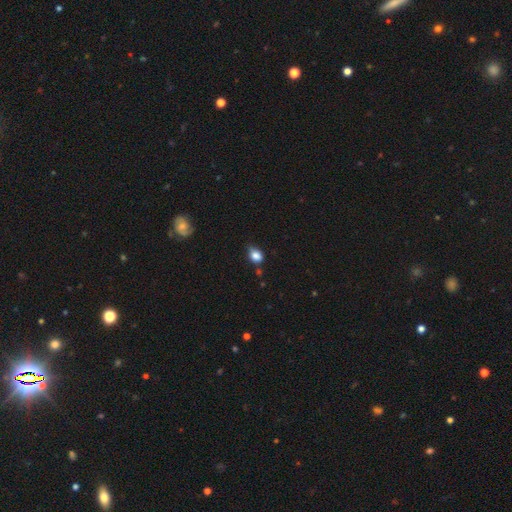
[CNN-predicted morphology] Overall: smooth (82%). How rounded: in between (62%; round 36%). Merging: none (51%; minor disturbance 36%).